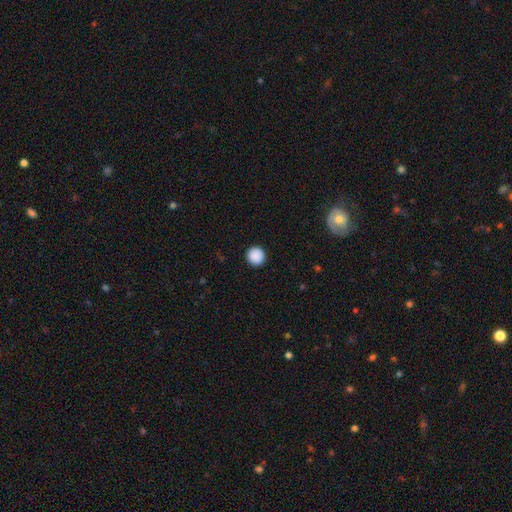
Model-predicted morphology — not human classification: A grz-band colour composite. It shows a smooth galaxy with no disk features (89%) that is round (95%). Merging: none (93%).